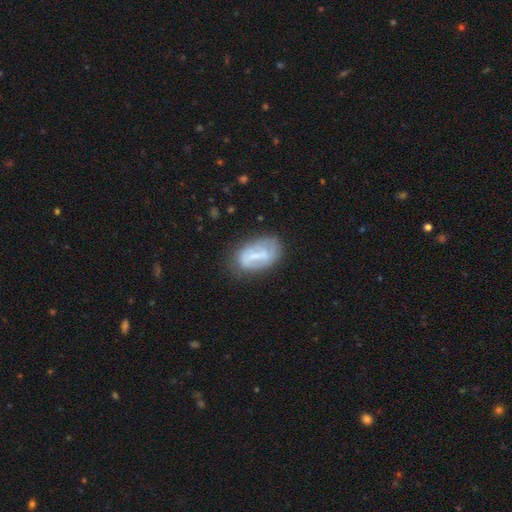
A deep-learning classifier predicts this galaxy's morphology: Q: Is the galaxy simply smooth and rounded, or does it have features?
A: featured or disk — 54%.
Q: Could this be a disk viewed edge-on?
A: no — 94%.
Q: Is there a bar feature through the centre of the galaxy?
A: strong — 41%.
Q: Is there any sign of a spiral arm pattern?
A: yes — 50%, tied with no.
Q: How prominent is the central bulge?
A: small — 38%.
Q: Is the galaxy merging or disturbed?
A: none — 63%.